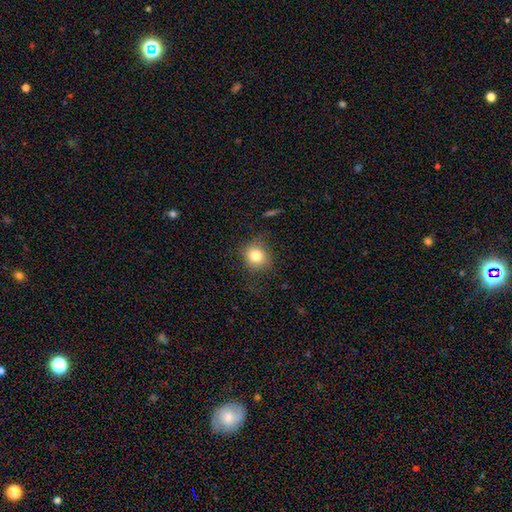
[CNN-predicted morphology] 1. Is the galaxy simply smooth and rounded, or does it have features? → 80% smooth, 11% star or artifact, 9% featured or disk.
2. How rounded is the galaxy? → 79% round, 20% in between, 1% cigar-shaped.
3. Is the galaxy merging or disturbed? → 75% none, 17% minor disturbance, 6% major disturbance, 1% merger.